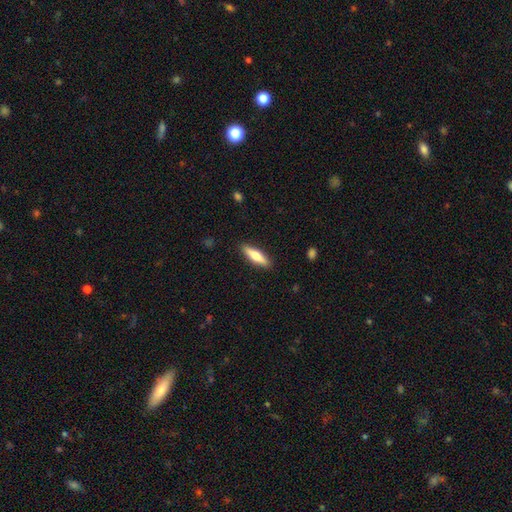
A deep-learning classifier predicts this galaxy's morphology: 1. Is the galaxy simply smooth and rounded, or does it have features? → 65% smooth, 30% featured or disk, 6% star or artifact.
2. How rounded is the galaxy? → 65% cigar-shaped, 33% in between, 2% round.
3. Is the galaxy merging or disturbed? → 90% none, 8% minor disturbance, 2% major disturbance, 1% merger.